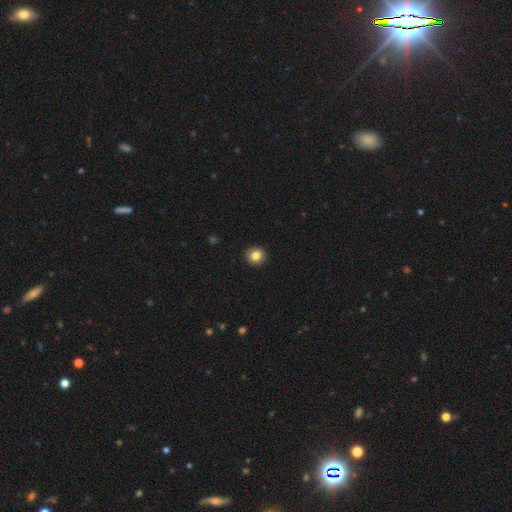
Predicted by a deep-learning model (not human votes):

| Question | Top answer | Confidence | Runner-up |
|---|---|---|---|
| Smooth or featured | smooth | 84% | star or artifact (10%) |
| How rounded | round | 90% | in between (9%) |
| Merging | none | 92% | minor disturbance (5%) |